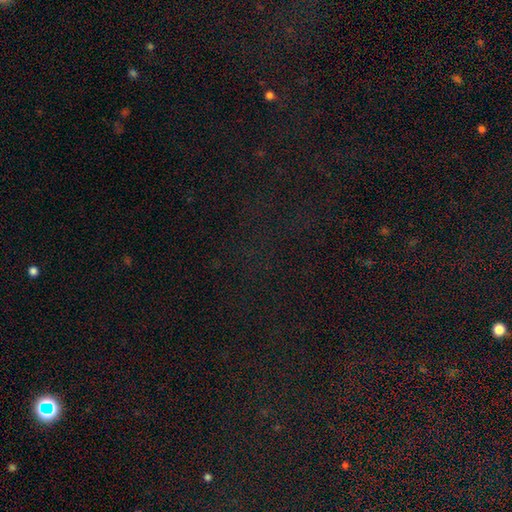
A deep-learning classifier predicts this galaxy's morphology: A star or artifact, not a galaxy (80%).

Vote fractions:
- Smooth or featured? star or artifact: 80% / smooth: 11% / featured or disk: 8%